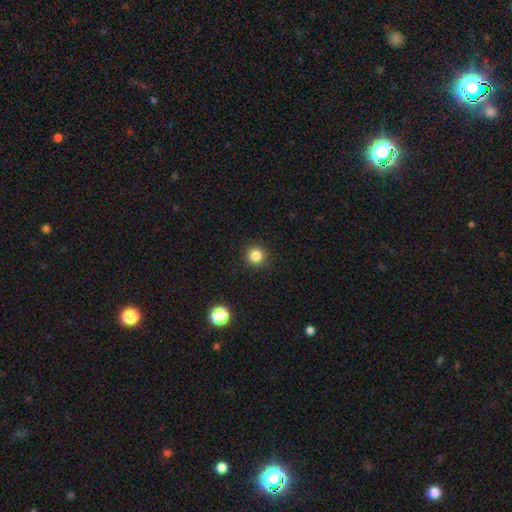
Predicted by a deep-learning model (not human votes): smooth 84%, star or artifact 12%, featured or disk 4%. Down the decision tree: how rounded — round (94%); merging — none (91%).